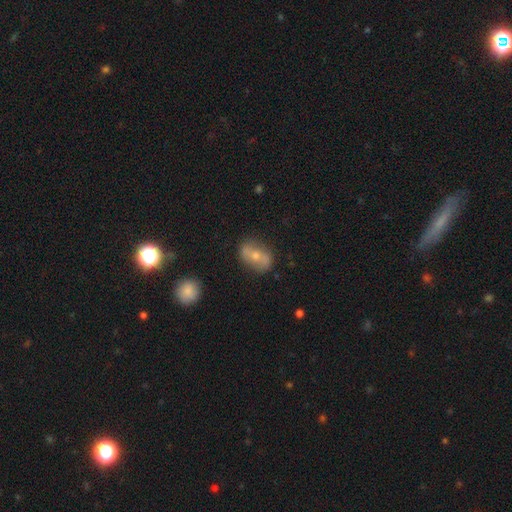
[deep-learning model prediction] The model was most divided on "smooth or featured": featured or disk: 52%, smooth: 40%, star or artifact: 8%. More confident: edge-on disk — no (89%); merging — none (77%).